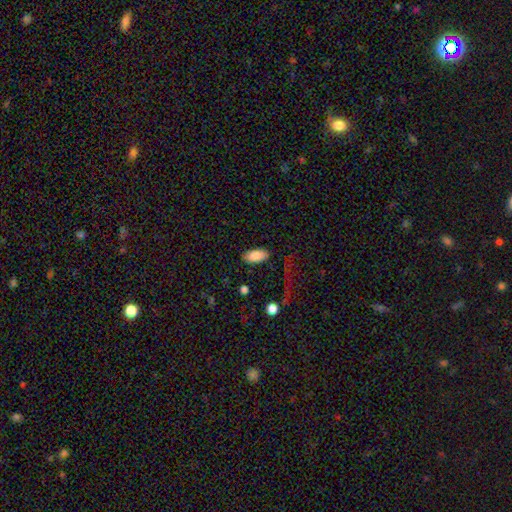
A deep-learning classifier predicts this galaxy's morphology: Smooth or featured? smooth (88%)
How rounded? in between (93%)
Merging? none (85%)